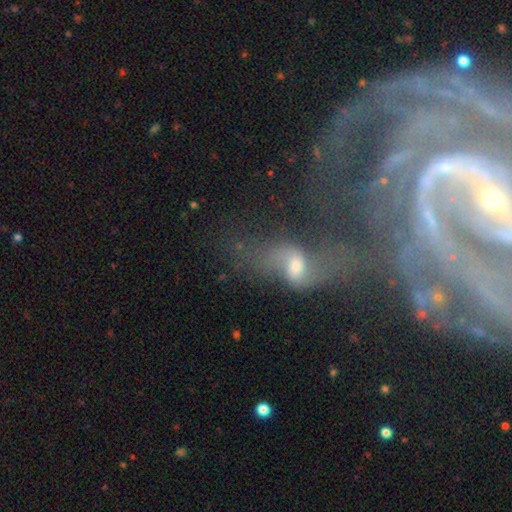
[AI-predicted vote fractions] This appears to be a featured or disk galaxy (65%) with no bar (48%), spiral arms (70%) and a moderate central bulge (43%). Merging: merger (38%).